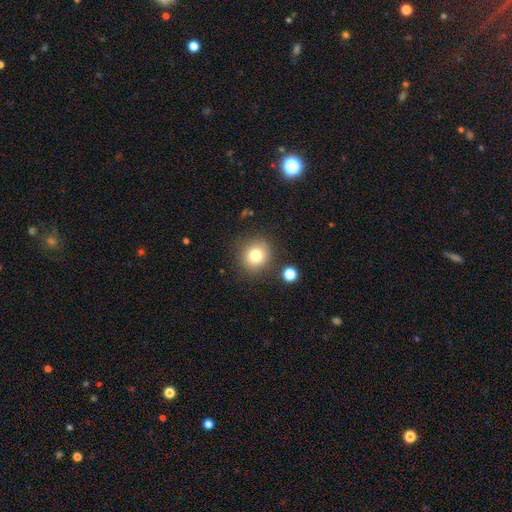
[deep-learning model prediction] The model was most divided on "smooth or featured": smooth: 78%, star or artifact: 12%, featured or disk: 10%. More confident: how rounded — round (86%); merging — none (84%).